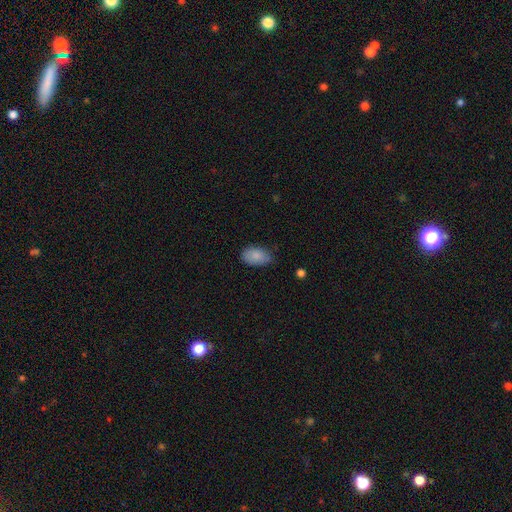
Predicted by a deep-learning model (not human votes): Overall: smooth (85%). How rounded: in between (91%). Merging: none (73%).